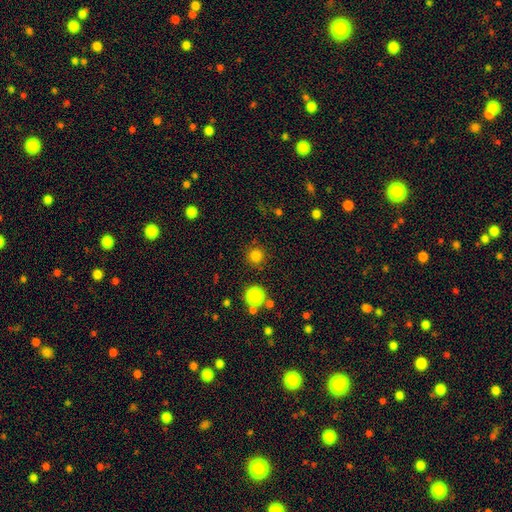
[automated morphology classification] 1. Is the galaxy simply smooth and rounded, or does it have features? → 79% smooth, 16% star or artifact, 4% featured or disk.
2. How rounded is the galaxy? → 95% round, 4% in between, 1% cigar-shaped.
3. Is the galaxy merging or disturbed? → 88% none, 7% minor disturbance, 3% major disturbance, 2% merger.